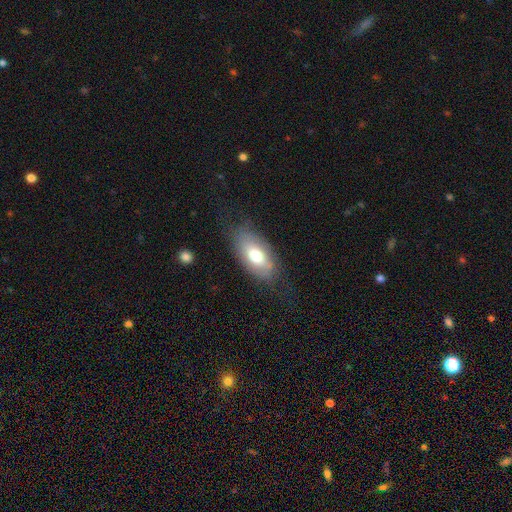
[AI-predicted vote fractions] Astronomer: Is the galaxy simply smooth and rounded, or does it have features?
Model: smooth — 69%.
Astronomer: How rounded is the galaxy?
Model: in between — 92%.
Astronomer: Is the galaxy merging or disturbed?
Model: none — 69%.